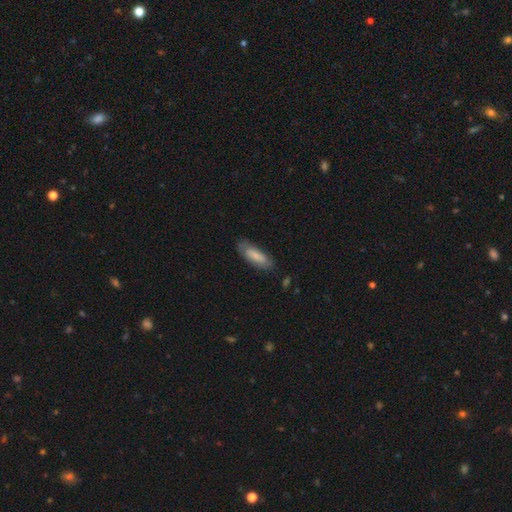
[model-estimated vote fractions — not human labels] Smooth or featured: smooth — 79% (featured or disk — 15%)
How rounded: in between — 55% (cigar-shaped — 43%)
Merging: none — 77% (minor disturbance — 17%)